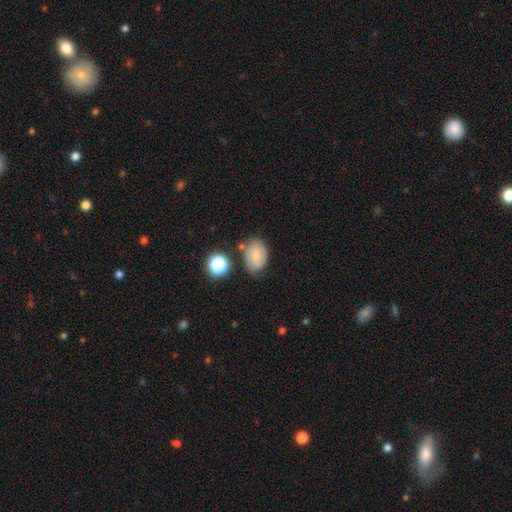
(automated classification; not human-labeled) Smooth or featured? Predicted: smooth (p=0.55). How rounded? Predicted: in between (p=0.72). Merging? Predicted: none (p=0.64).